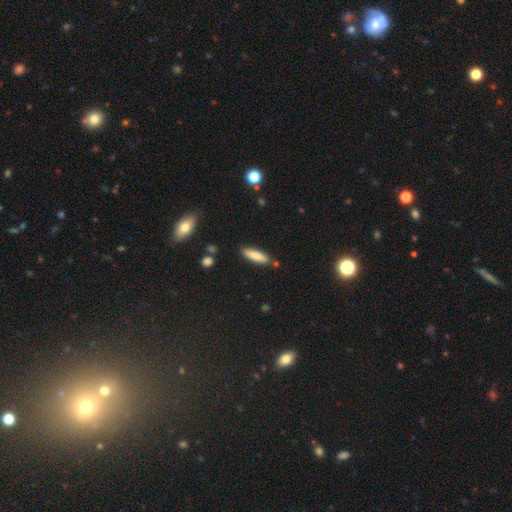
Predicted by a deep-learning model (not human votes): Smooth or featured?
  - smooth: 81% *
  - featured or disk: 13%
  - star or artifact: 6%
How rounded?
  - cigar-shaped: 64% *
  - in between: 35%
  - round: 1%
Merging?
  - none: 84% *
  - minor disturbance: 10%
  - merger: 4%
  - major disturbance: 2%